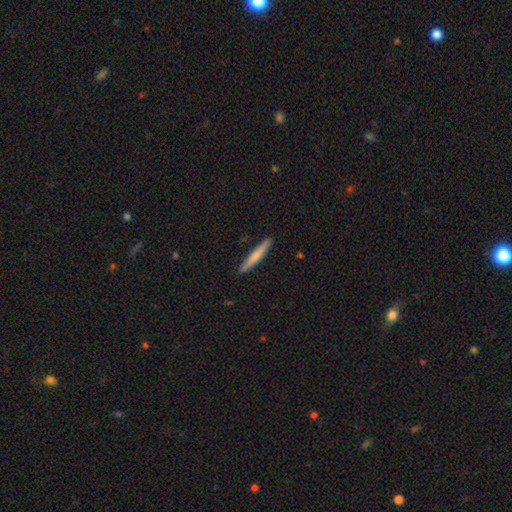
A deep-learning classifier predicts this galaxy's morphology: This appears to be a smooth galaxy with no disk features (68%) that is cigar-shaped (96%). Merging: none (91%).